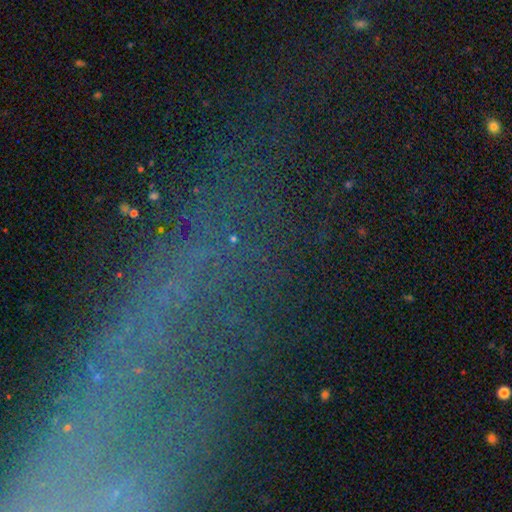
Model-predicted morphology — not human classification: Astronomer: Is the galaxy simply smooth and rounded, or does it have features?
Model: star or artifact — 49% (runner-up: featured or disk, 31%).